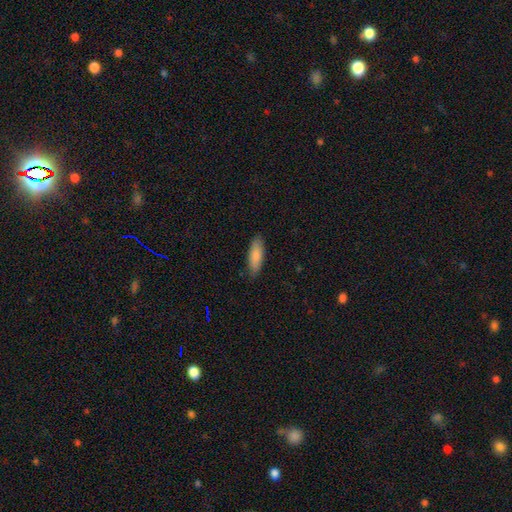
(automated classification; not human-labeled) This is clearly a smooth galaxy (85%). How rounded: possibly in between (59%). Merging: clearly none (86%).